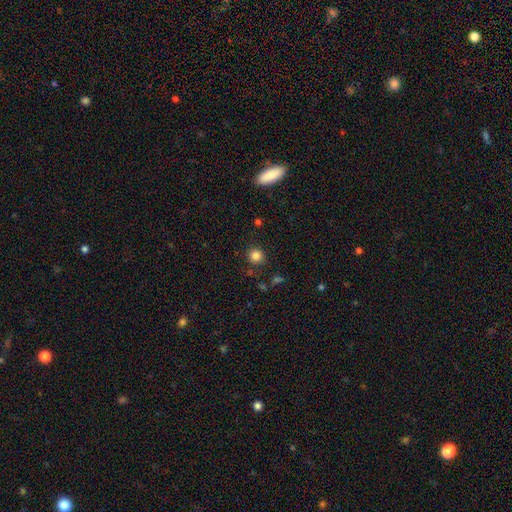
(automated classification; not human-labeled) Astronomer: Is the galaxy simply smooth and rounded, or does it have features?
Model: smooth — 82%.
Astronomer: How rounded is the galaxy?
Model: round — 90%.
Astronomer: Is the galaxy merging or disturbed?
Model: none — 86%.